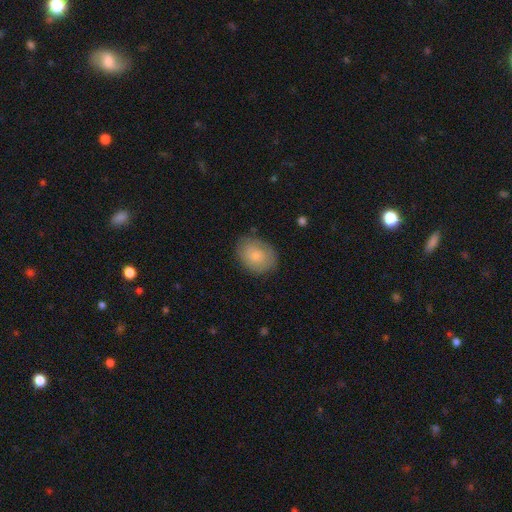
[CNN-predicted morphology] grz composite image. It shows a smooth galaxy with no disk features (77%) that is in between round and cigar-shaped (59%). Merging: none (78%).